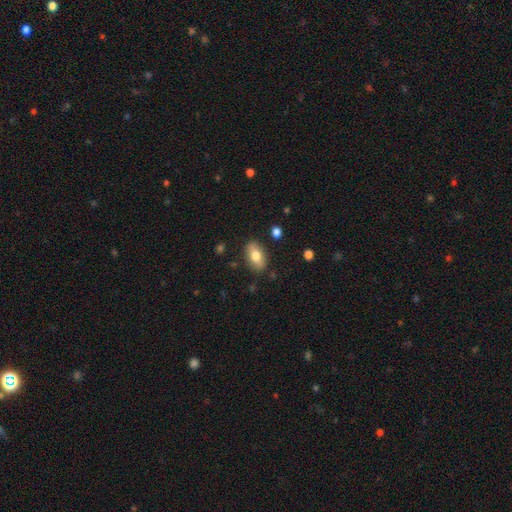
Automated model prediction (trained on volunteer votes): A smooth galaxy with no disk features (71%) that is in between round and cigar-shaped (89%). Merging: none (84%).